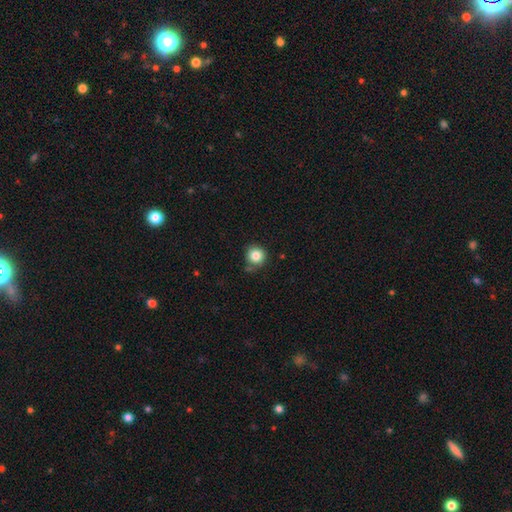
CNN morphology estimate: Smooth or featured? Predicted: smooth (p=0.84). How rounded? Predicted: round (p=0.94). Merging? Predicted: none (p=0.77).